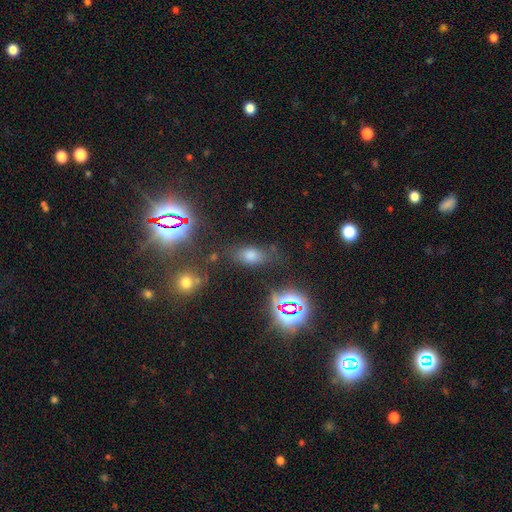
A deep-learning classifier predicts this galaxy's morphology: Q: Smooth or featured?
A: smooth (65%); runner-up: star or artifact (23%)
Q: How rounded?
A: in between (84%); runner-up: round (10%)
Q: Merging?
A: none (68%); runner-up: minor disturbance (19%)